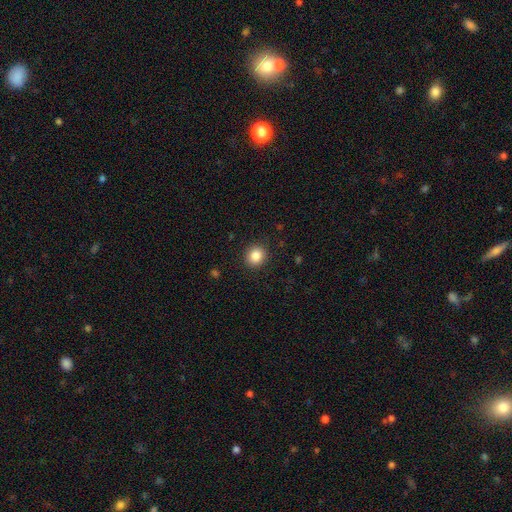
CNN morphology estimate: This is clearly a smooth galaxy (85%). How rounded: clearly round (85%). Merging: clearly none (91%).